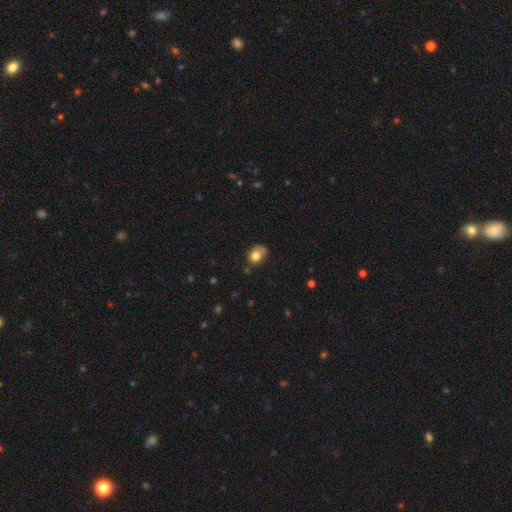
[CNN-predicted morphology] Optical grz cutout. It shows a smooth galaxy with no disk features (76%) that is round (55%). Merging: none (45%).